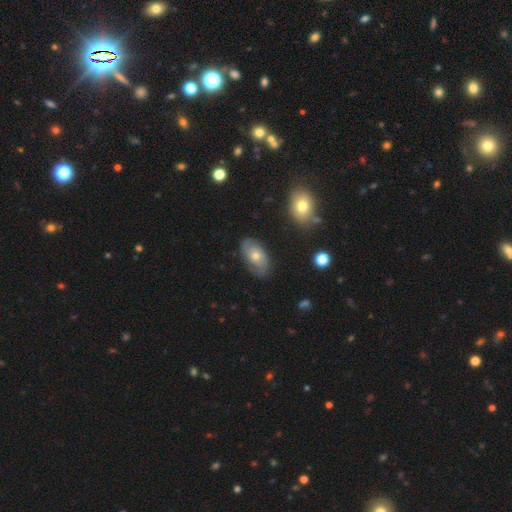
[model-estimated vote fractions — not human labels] smooth_or_featured: featured or disk (p=0.58) [alt: smooth p=0.34]
disk_edge_on: no (p=0.93) [alt: yes p=0.07]
bar: no (p=0.78) [alt: weak p=0.19]
has_spiral_arms: yes (p=0.78) [alt: no p=0.22]
bulge_size: moderate (p=0.59) [alt: small p=0.36]
merging: none (p=0.79) [alt: minor disturbance p=0.15]